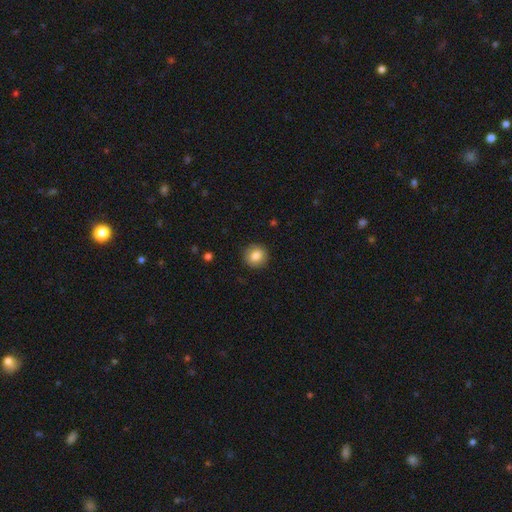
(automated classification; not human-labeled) This is clearly a smooth galaxy (83%). How rounded: clearly round (86%). Merging: clearly none (89%).